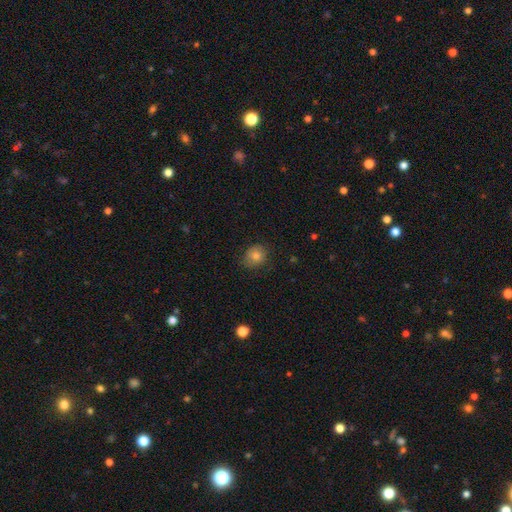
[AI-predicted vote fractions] Overall: smooth (77%). How rounded: round (73%). Merging: none (77%).